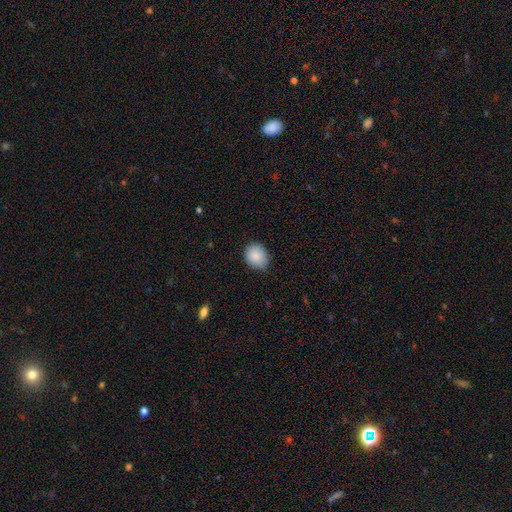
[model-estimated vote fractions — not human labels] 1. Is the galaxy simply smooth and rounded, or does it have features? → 88% smooth, 8% star or artifact, 4% featured or disk.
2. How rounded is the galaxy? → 61% round, 38% in between, 1% cigar-shaped.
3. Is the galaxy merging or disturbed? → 77% none, 19% minor disturbance, 3% major disturbance, 1% merger.